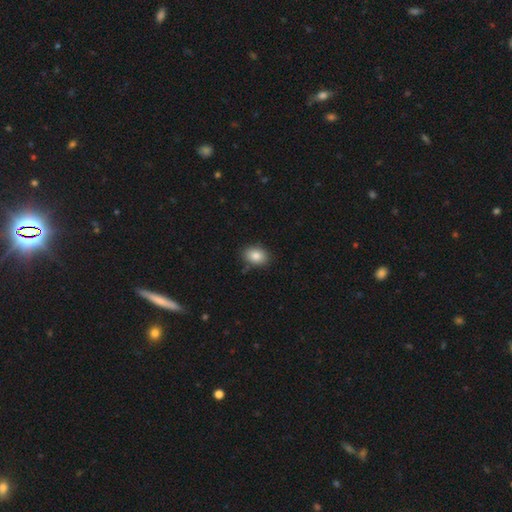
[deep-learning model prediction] Smooth or featured? Predicted: smooth (p=0.85). How rounded? Predicted: in between (p=0.75). Merging? Predicted: none (p=0.86).